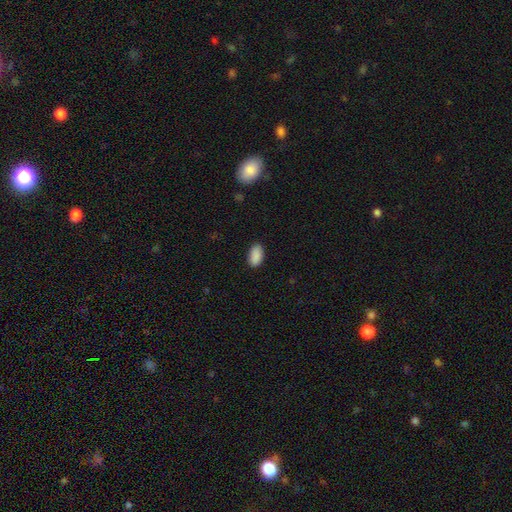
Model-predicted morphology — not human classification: Q: Smooth or featured?
A: smooth (90%); runner-up: star or artifact (7%)
Q: How rounded?
A: in between (94%); runner-up: round (4%)
Q: Merging?
A: none (87%); runner-up: minor disturbance (10%)